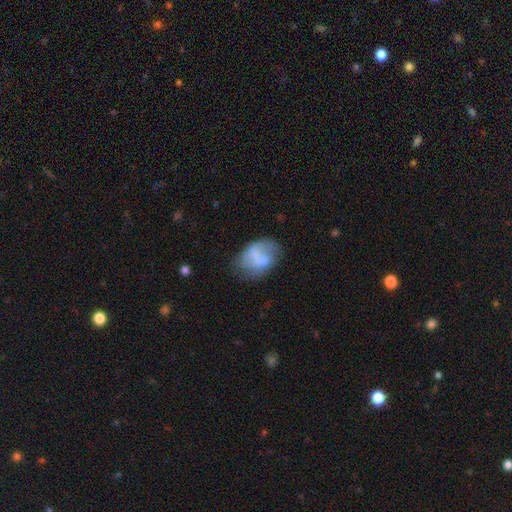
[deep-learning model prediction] smooth_or_featured: smooth (p=0.58) [alt: featured or disk p=0.33]
how_rounded: in between (p=0.79) [alt: round p=0.20]
merging: none (p=0.43) [alt: minor disturbance p=0.28]